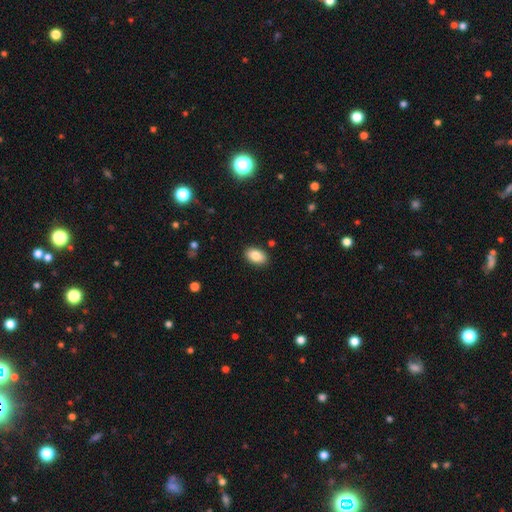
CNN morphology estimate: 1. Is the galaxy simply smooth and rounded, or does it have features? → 85% smooth, 8% featured or disk, 7% star or artifact.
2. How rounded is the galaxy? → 91% in between, 8% round, 1% cigar-shaped.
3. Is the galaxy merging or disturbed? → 89% none, 8% minor disturbance, 2% major disturbance, 1% merger.